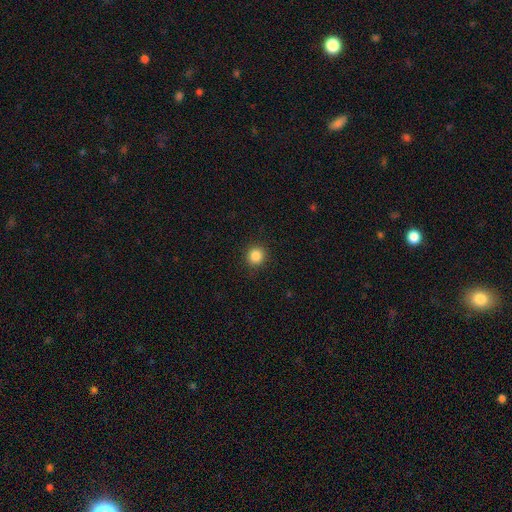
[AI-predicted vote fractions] smooth-or-featured: smooth: 86% | star or artifact: 11% | featured or disk: 4%
  how-rounded: round: 93% | in between: 6% | cigar-shaped: 1%
  merging: none: 91% | minor disturbance: 6% | major disturbance: 2% | merger: 1%